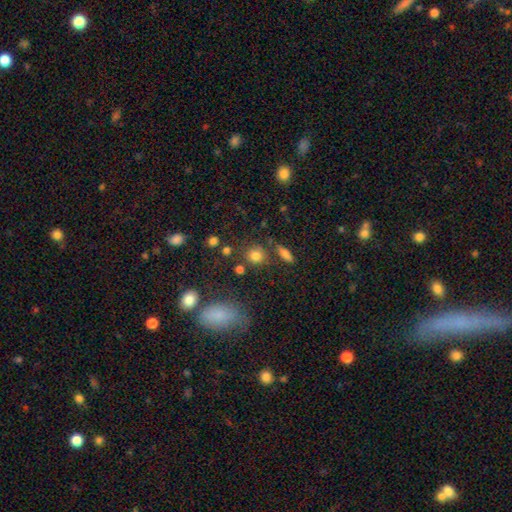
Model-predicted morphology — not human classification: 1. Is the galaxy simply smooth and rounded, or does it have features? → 79% smooth, 14% star or artifact, 7% featured or disk.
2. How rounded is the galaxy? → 83% round, 15% in between, 2% cigar-shaped.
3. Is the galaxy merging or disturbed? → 75% none, 11% minor disturbance, 9% merger, 4% major disturbance.